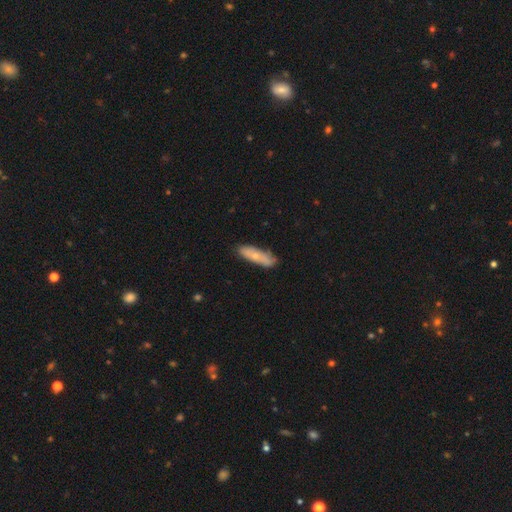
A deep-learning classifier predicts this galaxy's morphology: Overall: smooth (60%; featured or disk 34%). How rounded: cigar-shaped (55%; in between 42%). Merging: none (77%).